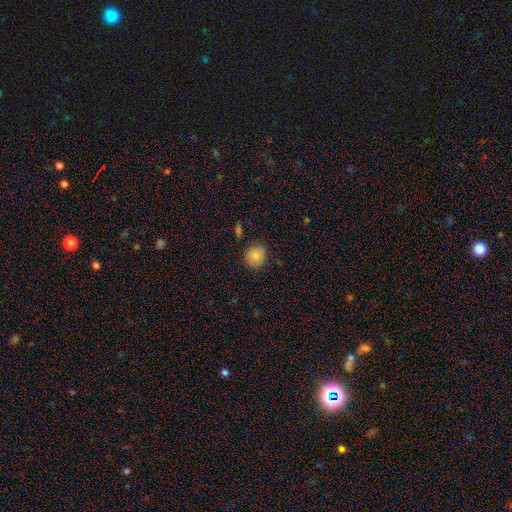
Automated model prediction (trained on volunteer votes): Overall: smooth (82%). How rounded: round (83%). Merging: none (83%).